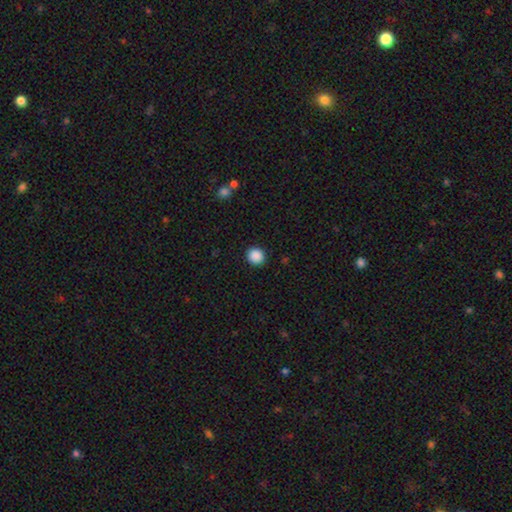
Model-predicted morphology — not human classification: Overall: smooth (89%). How rounded: round (87%). Merging: none (92%).